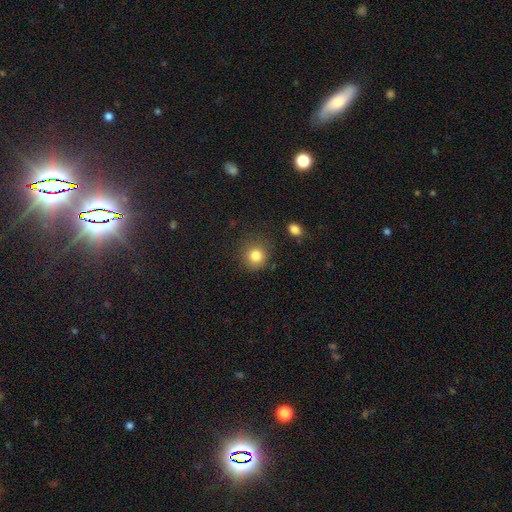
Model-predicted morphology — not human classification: smooth 83%, star or artifact 11%, featured or disk 6%. Down the decision tree: how rounded — round (88%); merging — none (84%).